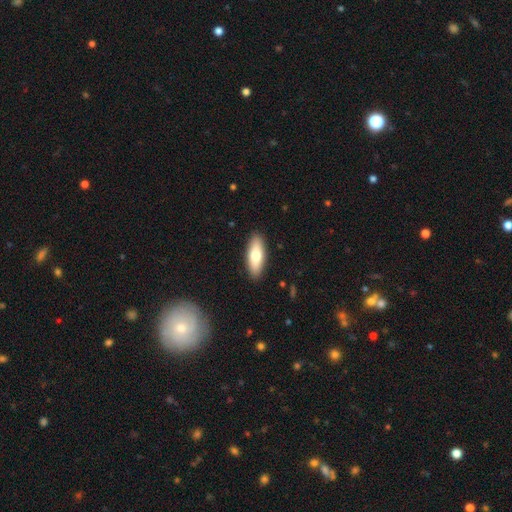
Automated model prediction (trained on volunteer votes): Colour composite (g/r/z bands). It shows a smooth galaxy with no disk features (71%) that is in between round and cigar-shaped (68%). Merging: none (90%).